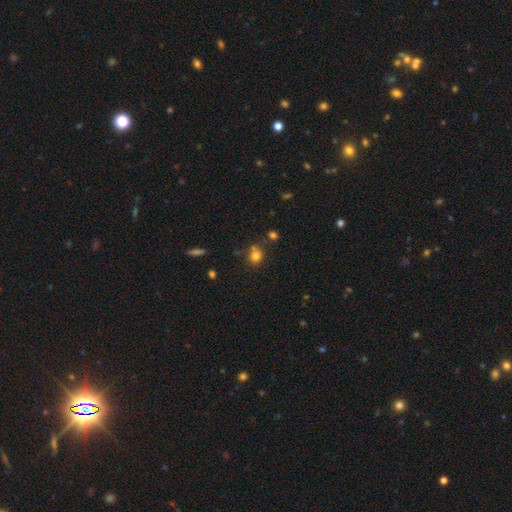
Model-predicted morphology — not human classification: Smooth or featured: smooth — 78% (star or artifact — 14%)
How rounded: round — 77% (in between — 21%)
Merging: none — 65% (merger — 16%)